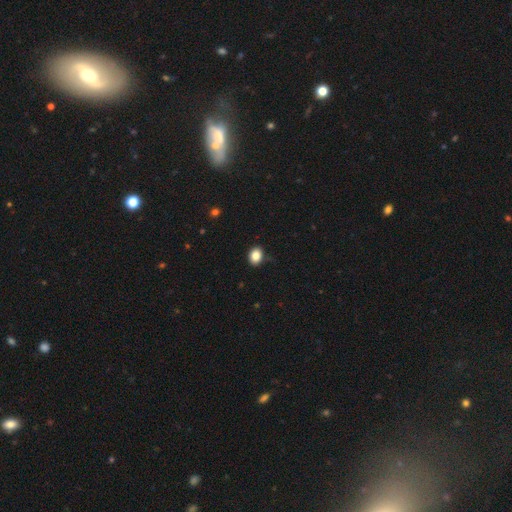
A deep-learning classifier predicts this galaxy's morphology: This is clearly a smooth galaxy (85%). How rounded: possibly in between (57%). Merging: clearly none (85%).